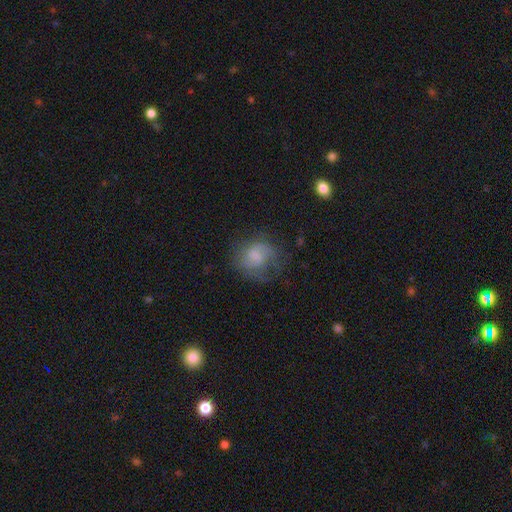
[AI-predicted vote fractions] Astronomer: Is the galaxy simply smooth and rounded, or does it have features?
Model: smooth — 48% (runner-up: featured or disk, 42%).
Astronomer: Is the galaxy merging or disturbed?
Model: none — 46% (runner-up: major disturbance, 27%).